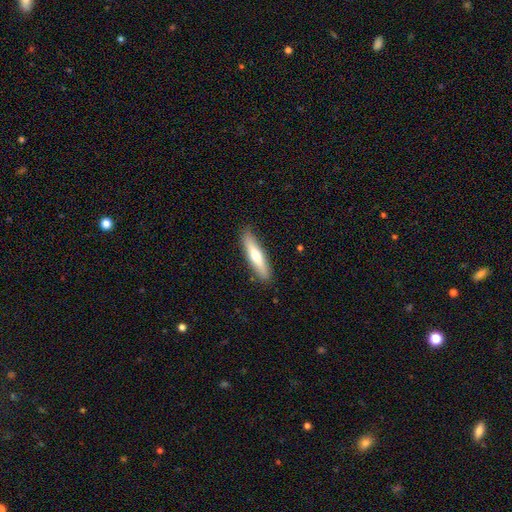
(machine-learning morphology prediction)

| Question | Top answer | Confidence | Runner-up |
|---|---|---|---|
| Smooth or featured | smooth | 55% | featured or disk (40%) |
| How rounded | cigar-shaped | 81% | in between (17%) |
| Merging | none | 88% | minor disturbance (9%) |